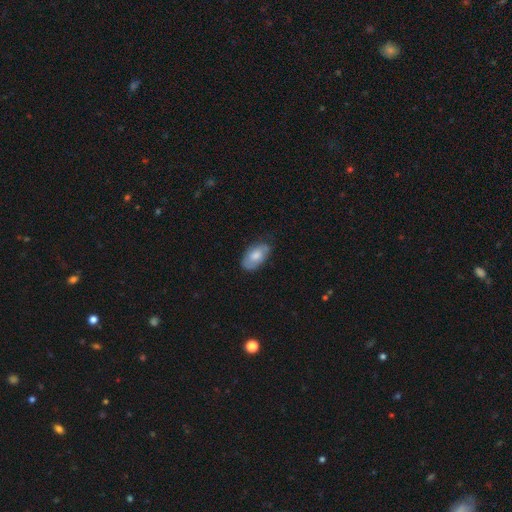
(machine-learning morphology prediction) smooth-or-featured: smooth: 65% | featured or disk: 29% | star or artifact: 6%
  how-rounded: in between: 94% | round: 4% | cigar-shaped: 2%
  merging: none: 67% | minor disturbance: 26% | major disturbance: 6% | merger: 1%